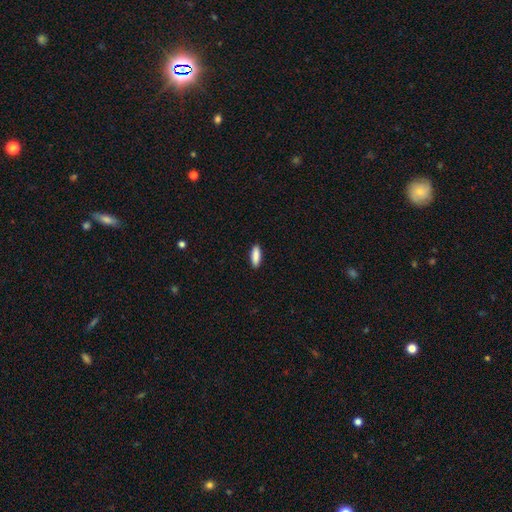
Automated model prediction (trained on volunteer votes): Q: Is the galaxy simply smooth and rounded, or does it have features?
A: smooth — 89%.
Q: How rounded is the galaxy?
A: cigar-shaped — 52%.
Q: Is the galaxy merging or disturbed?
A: none — 90%.